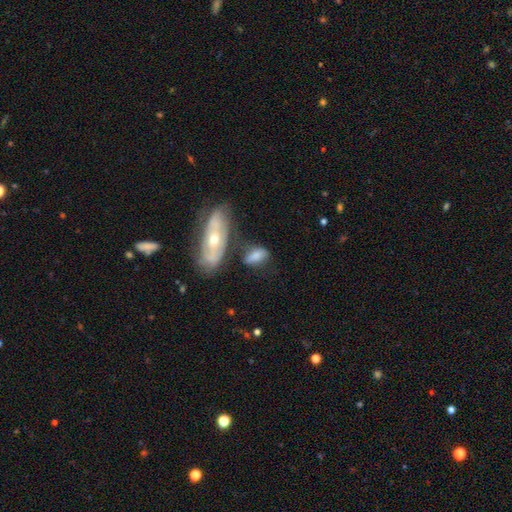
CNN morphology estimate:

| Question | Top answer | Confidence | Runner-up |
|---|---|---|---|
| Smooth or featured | smooth | 66% | featured or disk (26%) |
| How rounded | in between | 78% | cigar-shaped (15%) |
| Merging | none | 51% | minor disturbance (23%) |